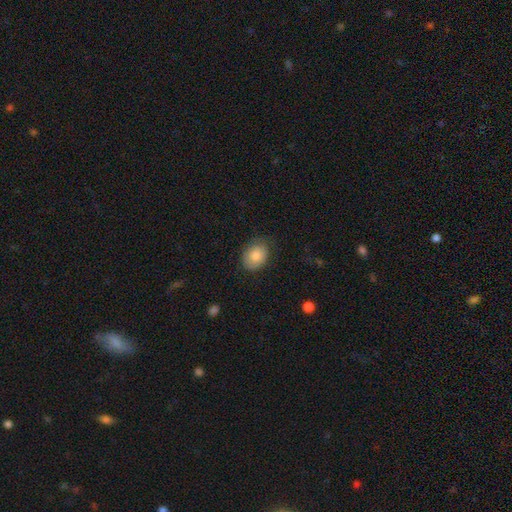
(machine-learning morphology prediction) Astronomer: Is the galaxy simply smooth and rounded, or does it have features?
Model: smooth — 82%.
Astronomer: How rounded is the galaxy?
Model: in between — 67%.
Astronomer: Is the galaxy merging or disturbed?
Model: none — 74%.